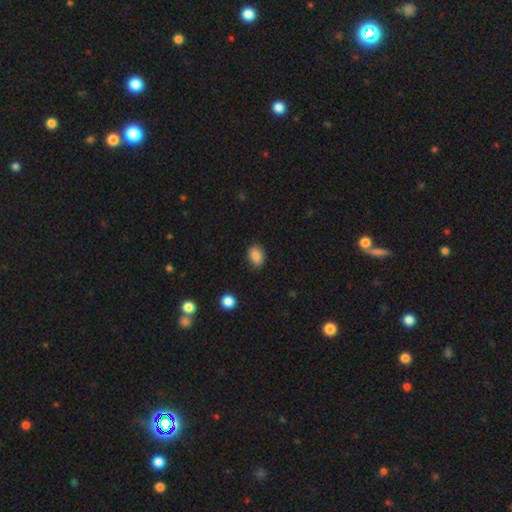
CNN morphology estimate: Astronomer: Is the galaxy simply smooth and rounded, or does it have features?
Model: smooth — 86%.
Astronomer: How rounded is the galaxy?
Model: in between — 72%.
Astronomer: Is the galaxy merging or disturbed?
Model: none — 84%.